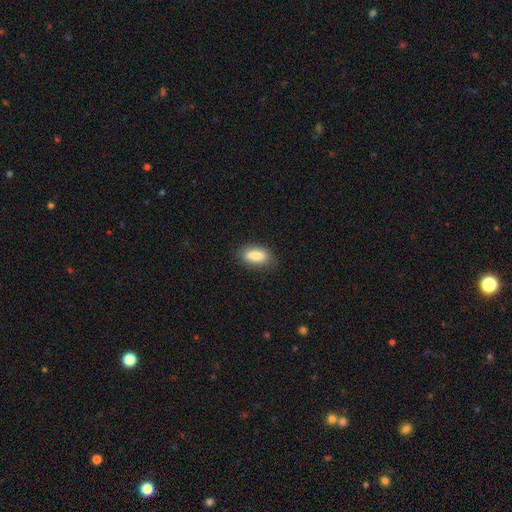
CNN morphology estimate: This is clearly a smooth galaxy (83%). How rounded: clearly in between (83%). Merging: likely none (79%).